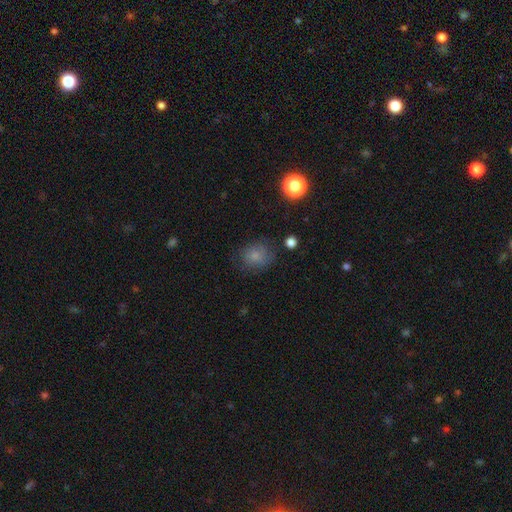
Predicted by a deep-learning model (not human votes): A smooth galaxy with no disk features (78%) that is round (63%). Merging: none (72%).